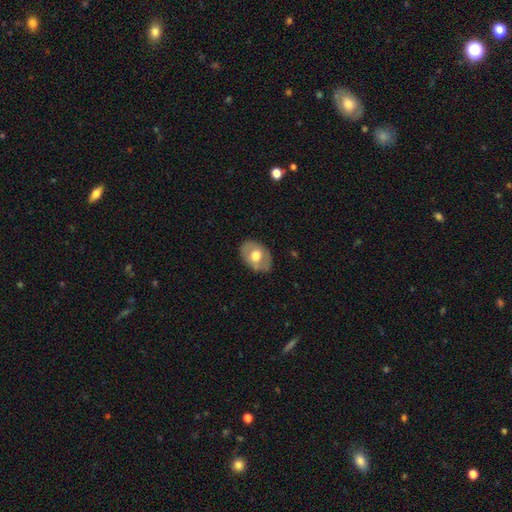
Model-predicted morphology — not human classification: smooth 56%, featured or disk 38%, star or artifact 6%. Down the decision tree: how rounded — in between (75%); merging — none (78%).